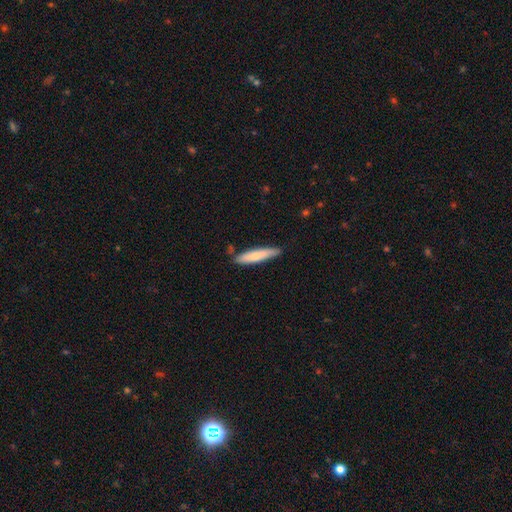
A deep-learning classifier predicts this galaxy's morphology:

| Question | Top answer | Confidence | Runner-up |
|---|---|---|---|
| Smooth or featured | smooth | 75% | featured or disk (20%) |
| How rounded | cigar-shaped | 84% | in between (15%) |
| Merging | none | 79% | minor disturbance (15%) |